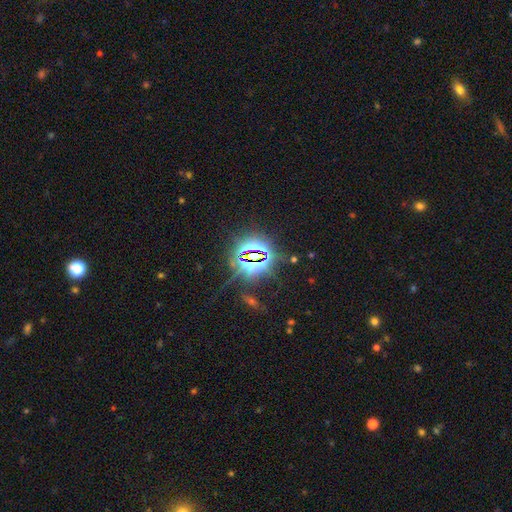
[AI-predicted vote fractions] Smooth or featured: star or artifact — 83% (smooth — 10%)